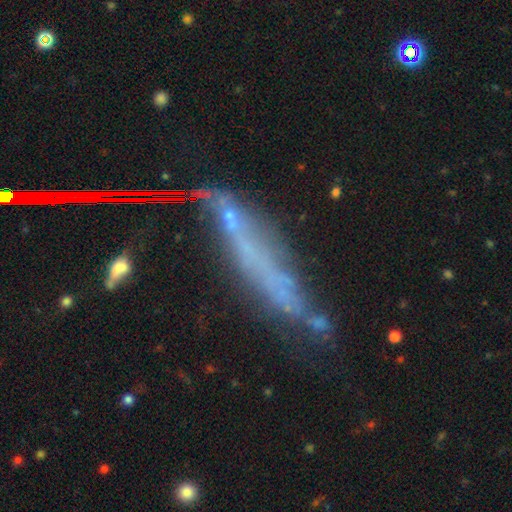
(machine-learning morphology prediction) Smooth or featured? featured or disk (50%)
Merging? none (53%)